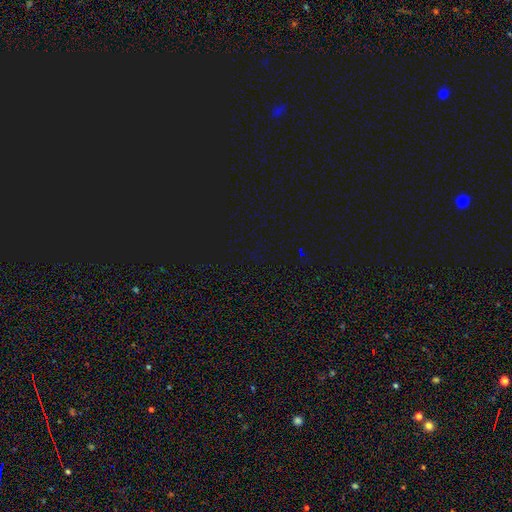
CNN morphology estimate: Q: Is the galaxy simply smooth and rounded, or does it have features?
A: star or artifact — 78%.